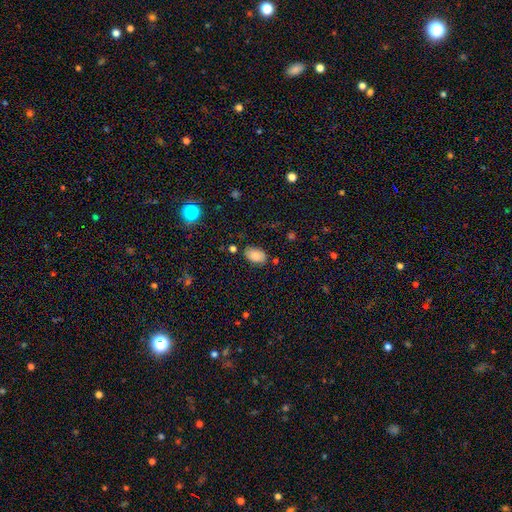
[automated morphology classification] This is clearly a smooth galaxy (86%). How rounded: clearly in between (92%). Merging: likely none (79%).